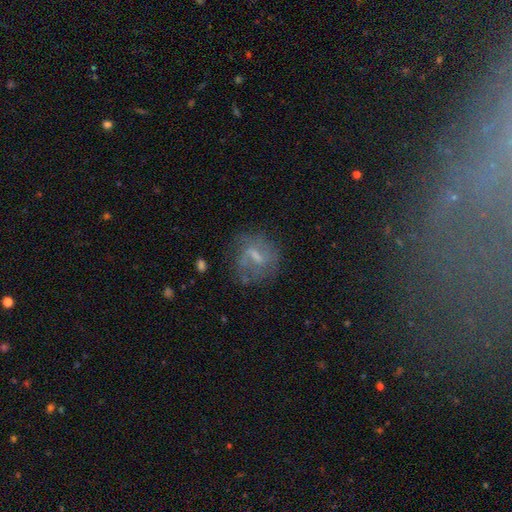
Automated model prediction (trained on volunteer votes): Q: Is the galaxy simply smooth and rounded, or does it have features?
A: featured or disk — 59%.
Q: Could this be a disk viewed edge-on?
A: no — 95%.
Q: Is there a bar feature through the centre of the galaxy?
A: weak — 54%.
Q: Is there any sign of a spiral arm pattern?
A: yes — 62%.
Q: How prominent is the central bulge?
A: small — 39%.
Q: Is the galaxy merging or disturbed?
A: none — 58%.